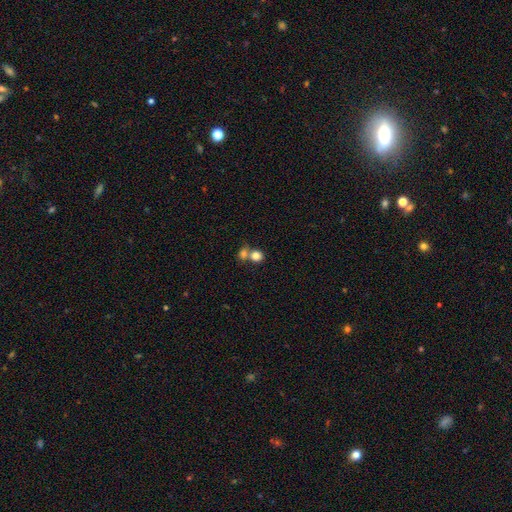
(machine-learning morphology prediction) The model was most divided on "merging": merger: 49%, none: 40%, minor disturbance: 7%, major disturbance: 3%. More confident: smooth or featured — smooth (81%); how rounded — round (80%).